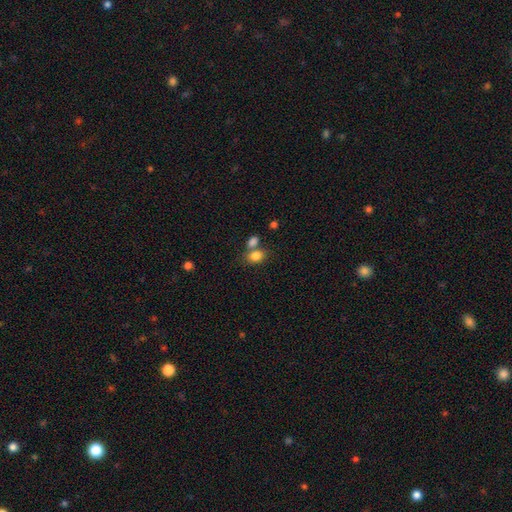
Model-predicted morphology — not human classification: Smooth or featured?
  - smooth: 82% *
  - star or artifact: 10%
  - featured or disk: 8%
How rounded?
  - in between: 69% *
  - round: 30%
  - cigar-shaped: 1%
Merging?
  - none: 49% *
  - merger: 36%
  - minor disturbance: 11%
  - major disturbance: 4%